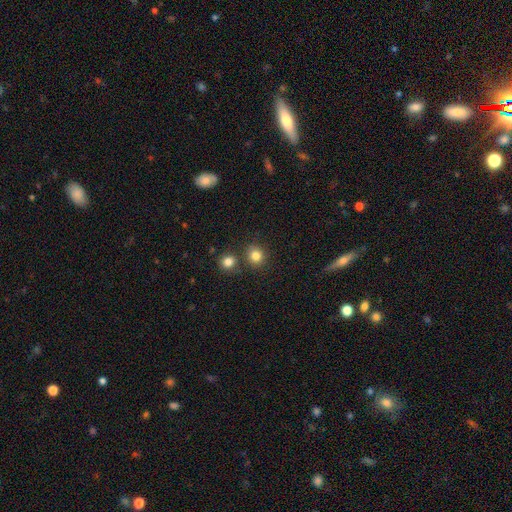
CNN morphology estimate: smooth_or_featured: smooth (p=0.82) [alt: star or artifact p=0.12]
how_rounded: round (p=0.87) [alt: in between p=0.12]
merging: none (p=0.79) [alt: merger p=0.11]